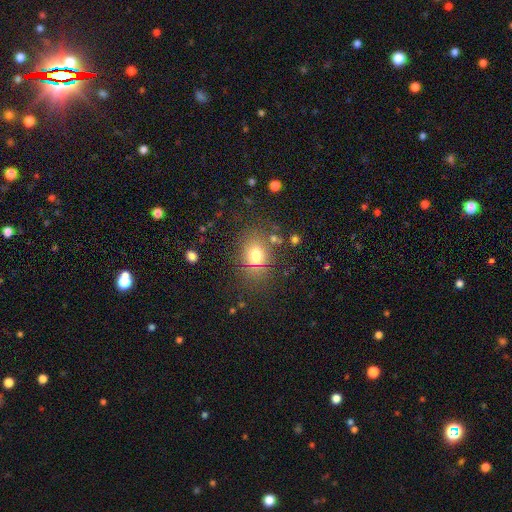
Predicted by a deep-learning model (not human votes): Smooth or featured? smooth (71%)
How rounded? round (56%)
Merging? none (75%)